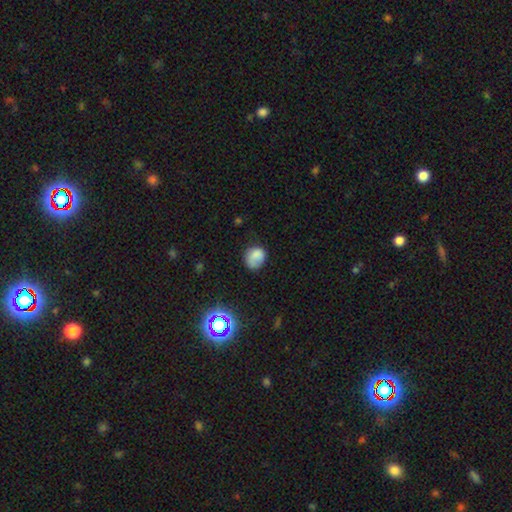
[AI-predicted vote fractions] Smooth or featured: smooth — 78% (star or artifact — 12%)
How rounded: round — 62% (in between — 37%)
Merging: none — 58% (minor disturbance — 28%)